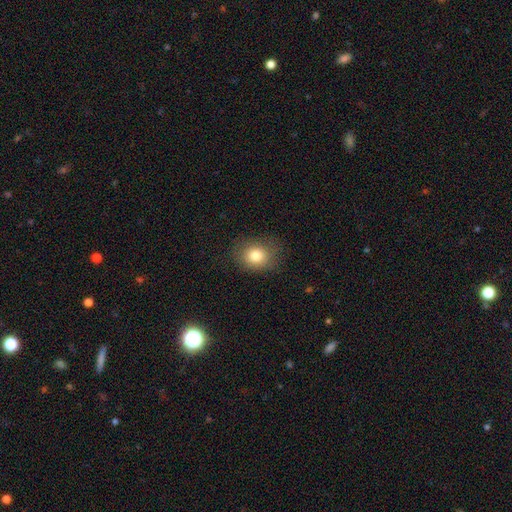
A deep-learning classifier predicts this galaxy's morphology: Smooth or featured?
  - smooth: 80% *
  - star or artifact: 11%
  - featured or disk: 9%
How rounded?
  - round: 59% *
  - in between: 40%
  - cigar-shaped: 1%
Merging?
  - none: 80% *
  - minor disturbance: 14%
  - major disturbance: 5%
  - merger: 1%